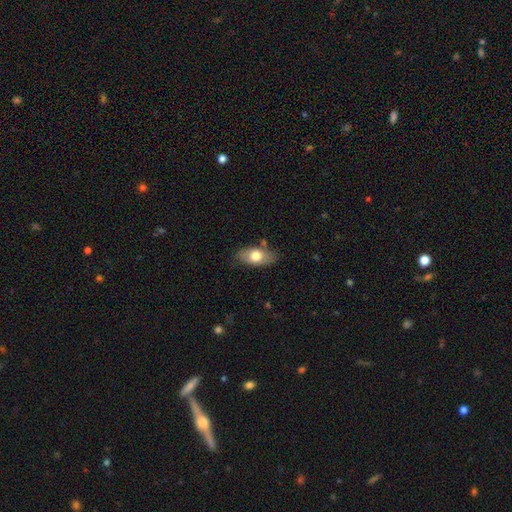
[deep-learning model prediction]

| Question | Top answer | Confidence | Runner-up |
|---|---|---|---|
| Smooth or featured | smooth | 69% | featured or disk (24%) |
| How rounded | in between | 89% | round (5%) |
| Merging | none | 76% | minor disturbance (17%) |